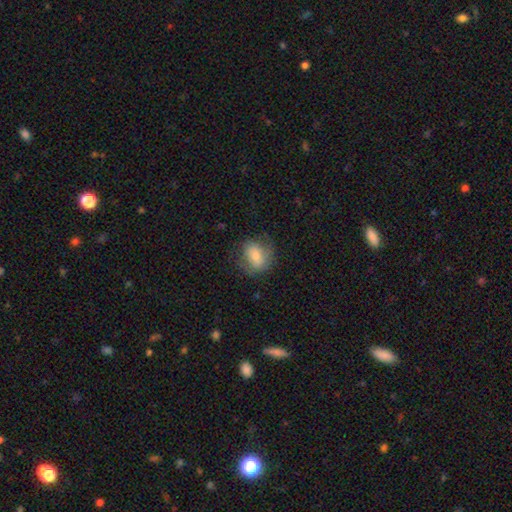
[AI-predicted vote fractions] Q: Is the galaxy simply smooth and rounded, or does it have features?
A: smooth — 69%.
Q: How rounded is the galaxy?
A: in between — 52%.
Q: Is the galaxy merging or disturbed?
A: none — 70%.